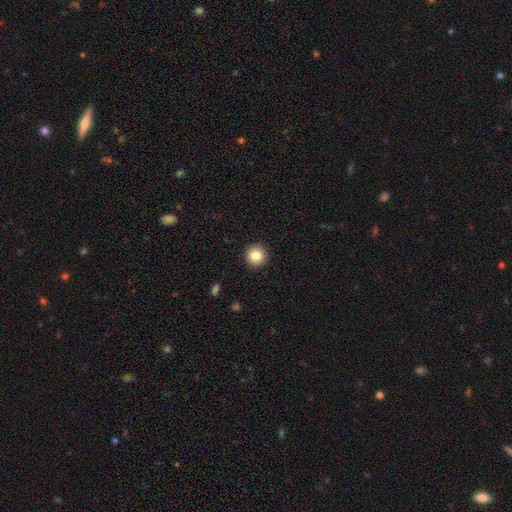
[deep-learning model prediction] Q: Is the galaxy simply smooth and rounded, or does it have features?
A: smooth — 84%.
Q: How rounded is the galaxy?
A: round — 96%.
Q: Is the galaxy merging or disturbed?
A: none — 93%.